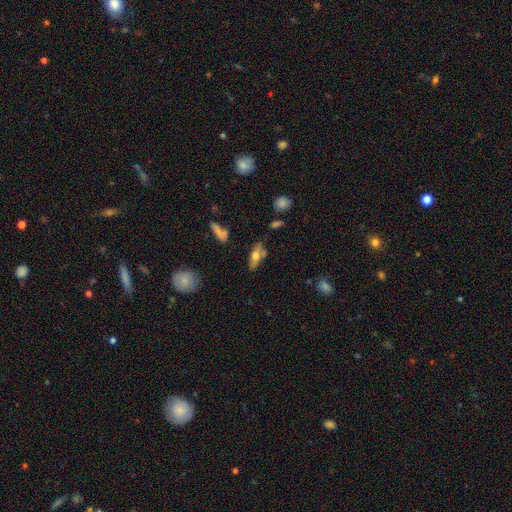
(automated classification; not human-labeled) Smooth or featured: smooth — 56% (featured or disk — 36%)
How rounded: in between — 70% (cigar-shaped — 27%)
Merging: none — 61% (minor disturbance — 23%)